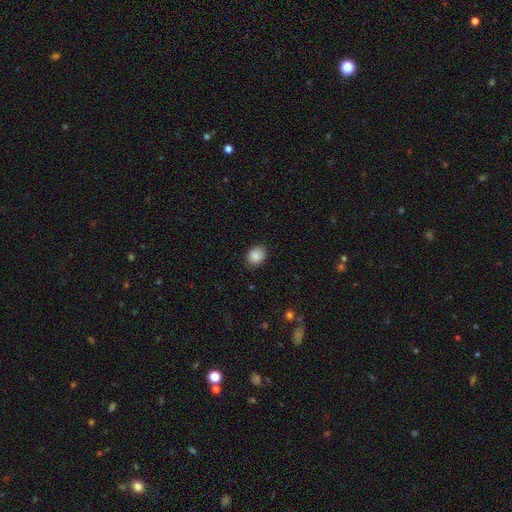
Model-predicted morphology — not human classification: smooth 88%, star or artifact 8%, featured or disk 4%. Down the decision tree: how rounded — round (50%); merging — none (86%).